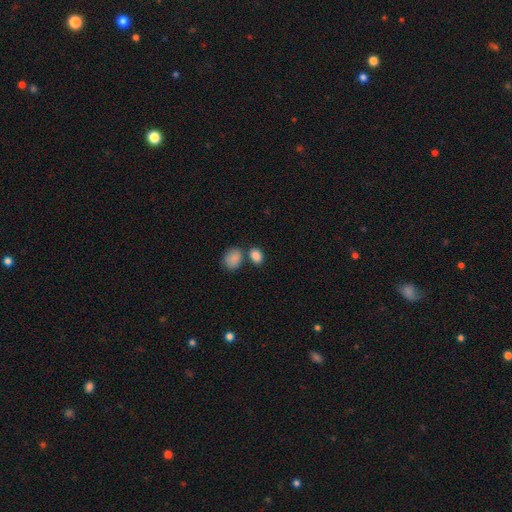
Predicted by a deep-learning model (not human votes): A smooth galaxy with no disk features (87%) that is in between round and cigar-shaped (78%). Merging: none (56%).